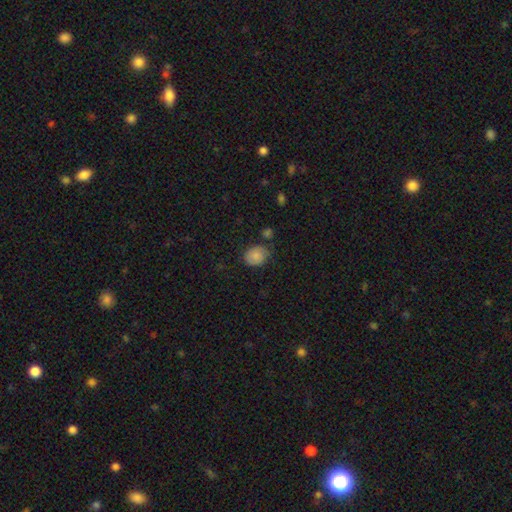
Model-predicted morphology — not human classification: Q: Smooth or featured?
A: smooth (83%); runner-up: featured or disk (9%)
Q: How rounded?
A: round (50%); runner-up: in between (49%)
Q: Merging?
A: none (68%); runner-up: minor disturbance (23%)